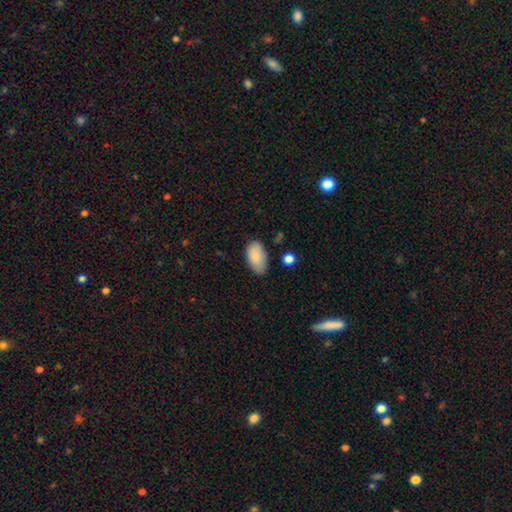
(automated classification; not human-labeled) Smooth or featured? smooth (87%)
How rounded? in between (95%)
Merging? none (74%)